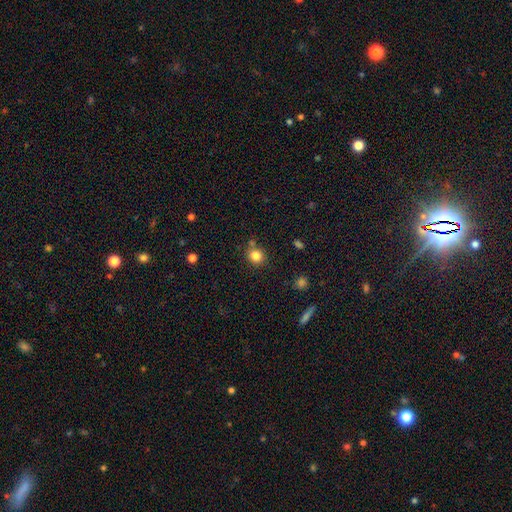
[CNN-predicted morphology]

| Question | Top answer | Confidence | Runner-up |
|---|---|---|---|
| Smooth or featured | smooth | 83% | star or artifact (12%) |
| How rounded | round | 85% | in between (14%) |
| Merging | none | 76% | minor disturbance (11%) |